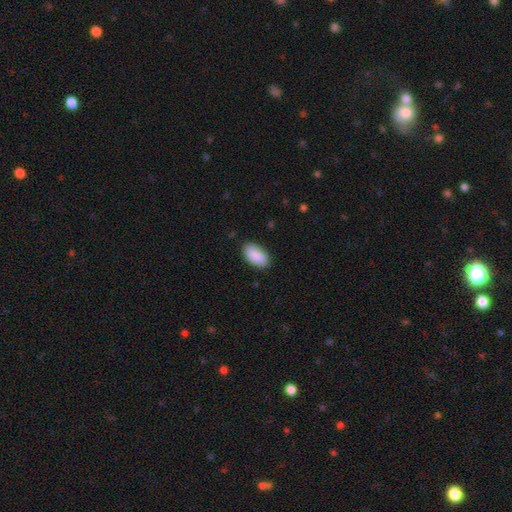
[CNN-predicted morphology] Smooth or featured?
  - smooth: 90% *
  - star or artifact: 6%
  - featured or disk: 4%
How rounded?
  - in between: 95% *
  - round: 3%
  - cigar-shaped: 3%
Merging?
  - none: 86% *
  - minor disturbance: 11%
  - major disturbance: 2%
  - merger: 1%